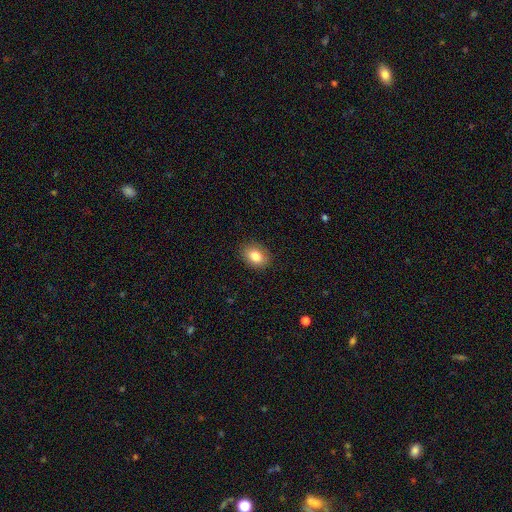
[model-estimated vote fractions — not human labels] smooth_or_featured: smooth (p=0.82) [alt: featured or disk p=0.09]
how_rounded: in between (p=0.73) [alt: round p=0.26]
merging: none (p=0.88) [alt: minor disturbance p=0.09]